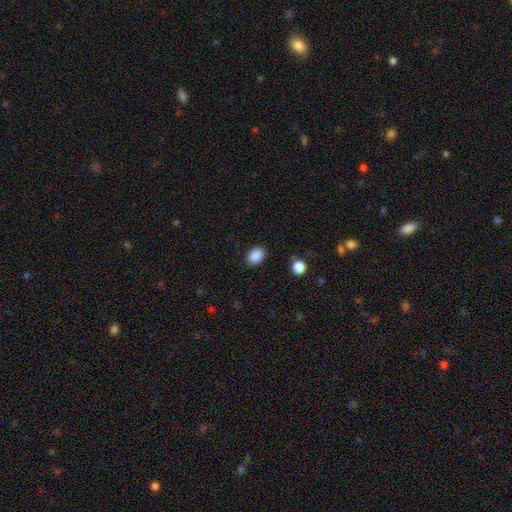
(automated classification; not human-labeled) Smooth or featured?
  - smooth: 89% *
  - star or artifact: 9%
  - featured or disk: 3%
How rounded?
  - in between: 73% *
  - round: 26%
  - cigar-shaped: 1%
Merging?
  - none: 87% *
  - minor disturbance: 9%
  - major disturbance: 3%
  - merger: 1%